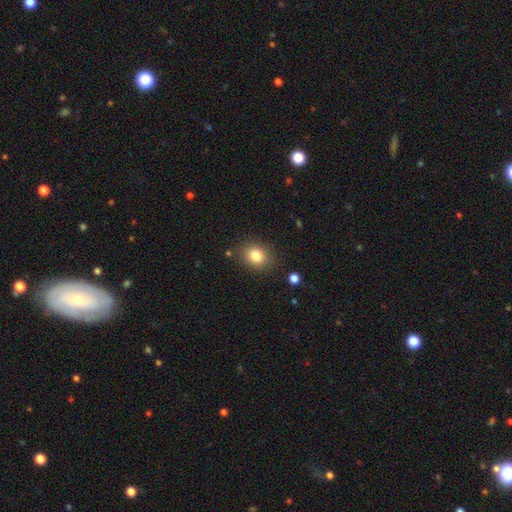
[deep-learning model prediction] This is clearly a smooth galaxy (82%). How rounded: possibly round (56%). Merging: clearly none (83%).